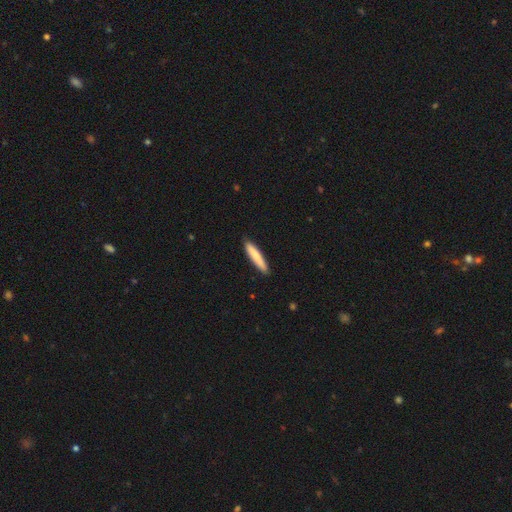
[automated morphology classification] This is likely a smooth galaxy (78%). How rounded: clearly cigar-shaped (90%). Merging: clearly none (89%).